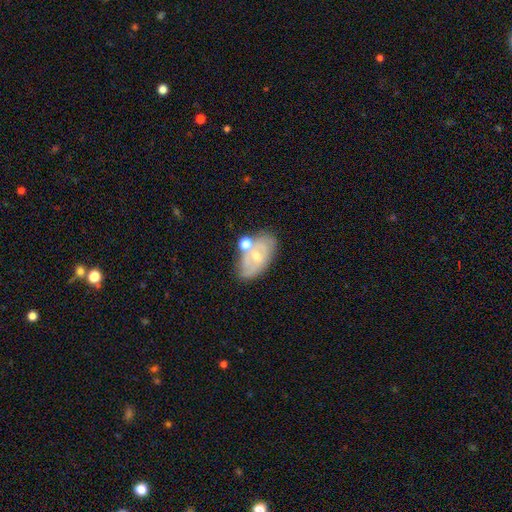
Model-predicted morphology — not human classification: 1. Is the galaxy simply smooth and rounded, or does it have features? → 56% featured or disk, 35% smooth, 9% star or artifact.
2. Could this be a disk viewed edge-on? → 94% no, 6% yes.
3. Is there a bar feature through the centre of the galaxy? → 72% no, 23% weak, 5% strong.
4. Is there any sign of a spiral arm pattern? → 56% yes, 44% no.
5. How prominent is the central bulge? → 56% small, 39% moderate, 2% none, 2% large, 1% dominant.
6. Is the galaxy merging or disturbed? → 51% none, 21% minor disturbance, 20% merger, 8% major disturbance.